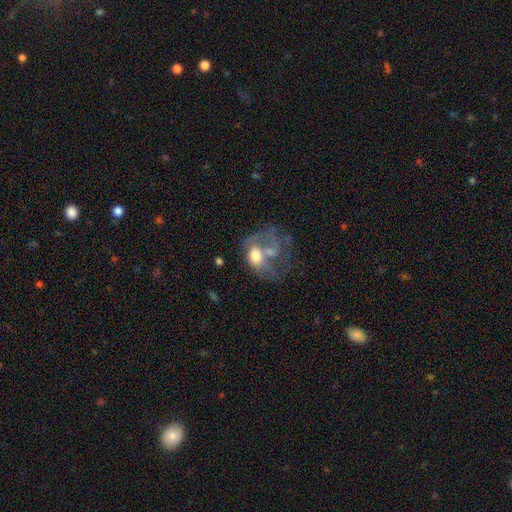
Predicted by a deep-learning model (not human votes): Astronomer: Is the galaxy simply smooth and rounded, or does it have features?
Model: featured or disk — 46% (runner-up: smooth, 45%).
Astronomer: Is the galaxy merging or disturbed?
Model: merger — 47% (runner-up: major disturbance, 27%).